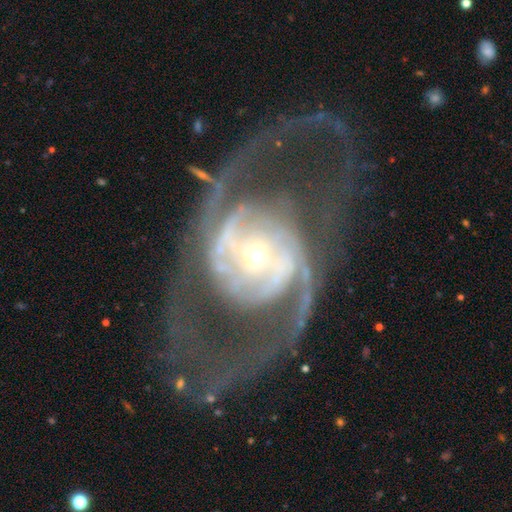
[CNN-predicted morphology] featured or disk 90%, smooth 5%, star or artifact 5%. Down the decision tree: edge-on disk — no (96%); bar — strong (36%); spiral arms — yes (93%); spiral arm count — 2 (82%); spiral winding — medium (52%); bulge size — small (55%); merging — none (61%).